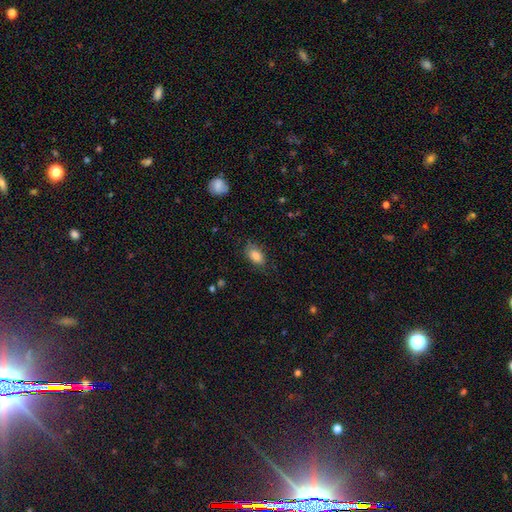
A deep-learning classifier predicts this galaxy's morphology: Q: Smooth or featured?
A: smooth (84%); runner-up: star or artifact (8%)
Q: How rounded?
A: in between (90%); runner-up: round (7%)
Q: Merging?
A: none (75%); runner-up: minor disturbance (19%)